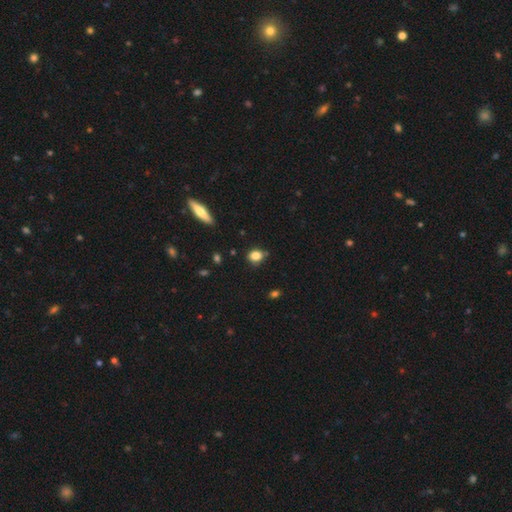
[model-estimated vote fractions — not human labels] Smooth or featured?
  - smooth: 83% *
  - star or artifact: 11%
  - featured or disk: 7%
How rounded?
  - round: 55% *
  - in between: 43%
  - cigar-shaped: 2%
Merging?
  - none: 71% *
  - minor disturbance: 21%
  - merger: 5%
  - major disturbance: 4%